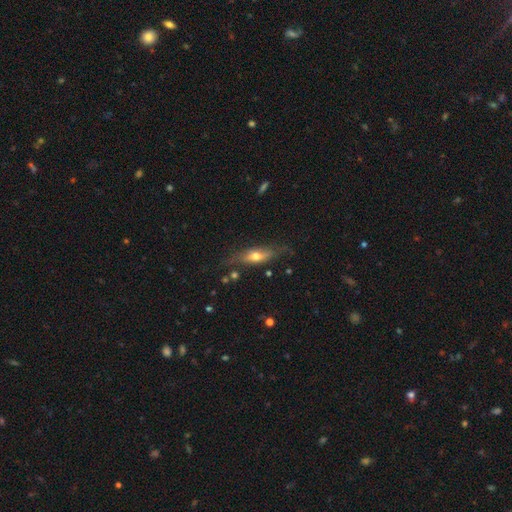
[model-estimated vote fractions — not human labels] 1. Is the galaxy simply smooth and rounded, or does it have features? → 51% featured or disk, 41% smooth, 7% star or artifact.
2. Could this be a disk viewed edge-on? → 78% yes, 22% no.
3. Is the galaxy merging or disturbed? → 71% none, 20% minor disturbance, 7% major disturbance, 3% merger.